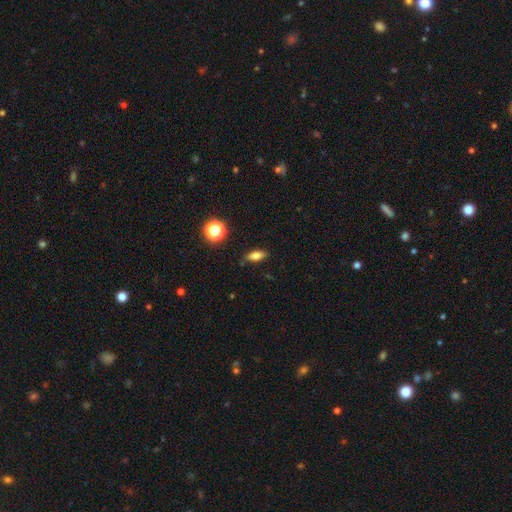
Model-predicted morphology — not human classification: smooth_or_featured: smooth (p=0.68) [alt: featured or disk p=0.20]
how_rounded: in between (p=0.67) [alt: cigar-shaped p=0.25]
merging: none (p=0.84) [alt: minor disturbance p=0.12]